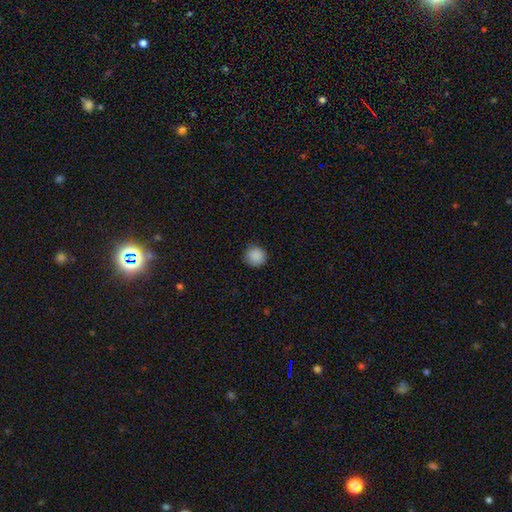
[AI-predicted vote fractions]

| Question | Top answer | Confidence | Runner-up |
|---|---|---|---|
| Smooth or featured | smooth | 88% | star or artifact (9%) |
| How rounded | round | 92% | in between (7%) |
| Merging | none | 87% | minor disturbance (10%) |